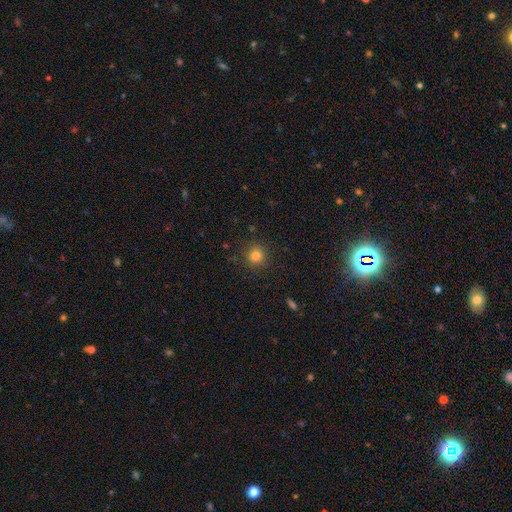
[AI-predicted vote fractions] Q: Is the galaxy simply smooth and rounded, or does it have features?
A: smooth — 82%.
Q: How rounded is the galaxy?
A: round — 93%.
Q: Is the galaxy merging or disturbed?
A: none — 90%.